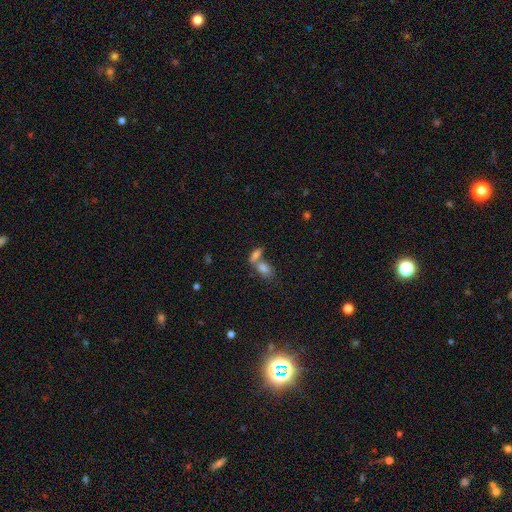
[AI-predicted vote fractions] Overall: smooth (76%). How rounded: in between (78%). Merging: merger (55%; none 33%).